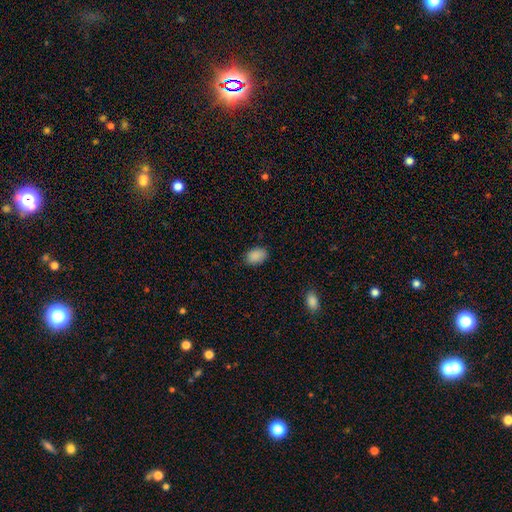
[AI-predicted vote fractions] smooth-or-featured: smooth: 88% | star or artifact: 9% | featured or disk: 3%
  how-rounded: in between: 81% | round: 18% | cigar-shaped: 1%
  merging: none: 81% | minor disturbance: 15% | major disturbance: 3% | merger: 1%